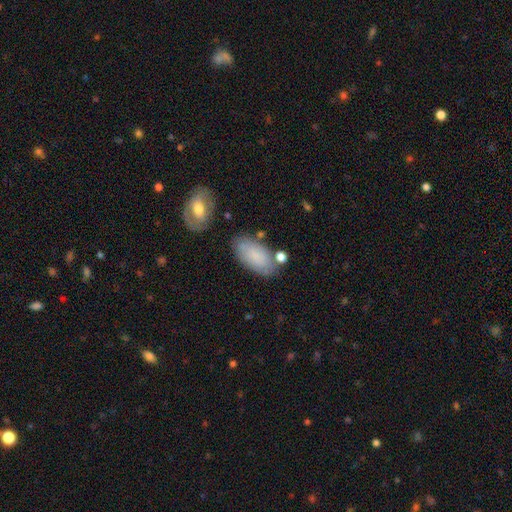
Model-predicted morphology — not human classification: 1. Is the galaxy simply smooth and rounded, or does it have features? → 79% smooth, 14% featured or disk, 7% star or artifact.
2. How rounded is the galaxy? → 94% in between, 3% cigar-shaped, 3% round.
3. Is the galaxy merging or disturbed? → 68% none, 19% minor disturbance, 9% merger, 5% major disturbance.